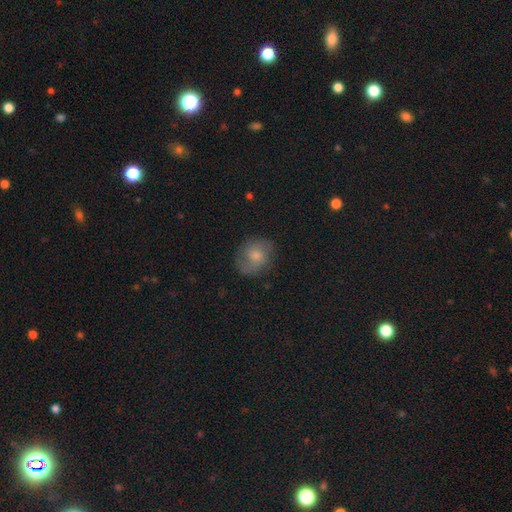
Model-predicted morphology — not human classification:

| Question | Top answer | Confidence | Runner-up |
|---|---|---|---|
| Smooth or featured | smooth | 54% | featured or disk (37%) |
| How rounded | round | 64% | in between (35%) |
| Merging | none | 74% | minor disturbance (18%) |